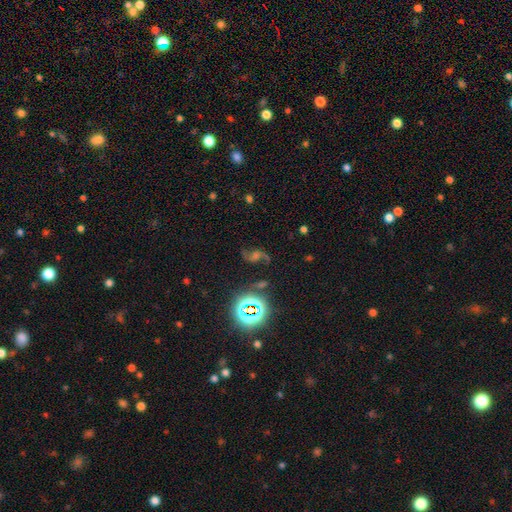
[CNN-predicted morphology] featured or disk 61%, star or artifact 28%, smooth 12%. Down the decision tree: edge-on disk — no (95%); bar — no (51%); spiral arms — yes (94%); spiral arm count — 2 (91%); spiral winding — loose (67%); bulge size — moderate (40%); merging — none (74%).